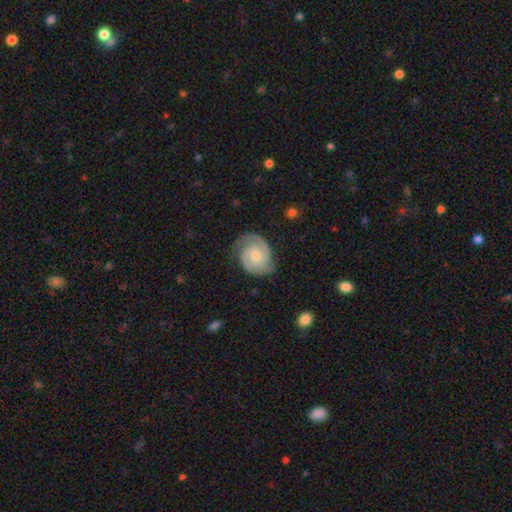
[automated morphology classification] featured or disk 82%, smooth 13%, star or artifact 5%. Down the decision tree: edge-on disk — no (98%); bar — no (64%); spiral arms — yes (96%); spiral arm count — 2 (74%); spiral winding — tight (57%); bulge size — moderate (46%, tied with small); merging — none (71%).